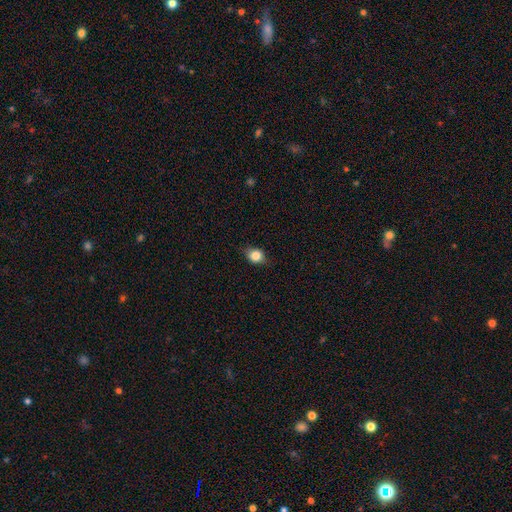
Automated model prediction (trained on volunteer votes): Overall: smooth (81%). How rounded: round (56%; in between 42%). Merging: none (79%).